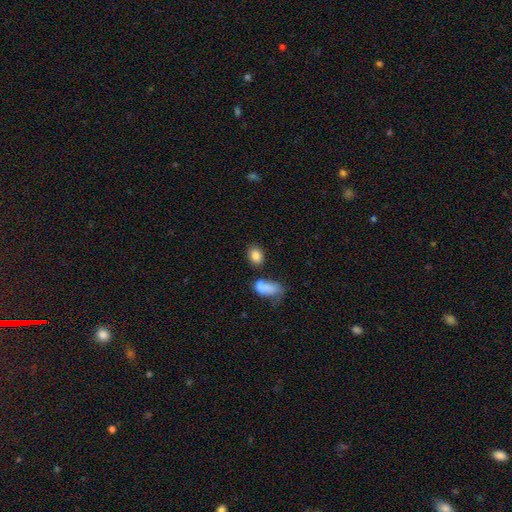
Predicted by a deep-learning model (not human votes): This is clearly a smooth galaxy (83%). How rounded: likely in between (67%). Merging: likely none (67%).